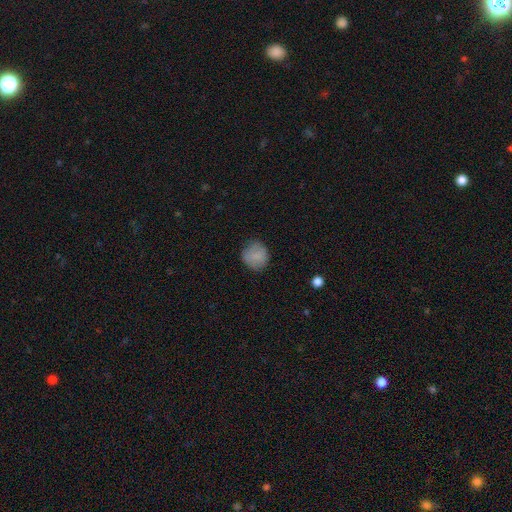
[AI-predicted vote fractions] Smooth or featured? Predicted: smooth (p=0.83). How rounded? Predicted: round (p=0.85). Merging? Predicted: none (p=0.78).